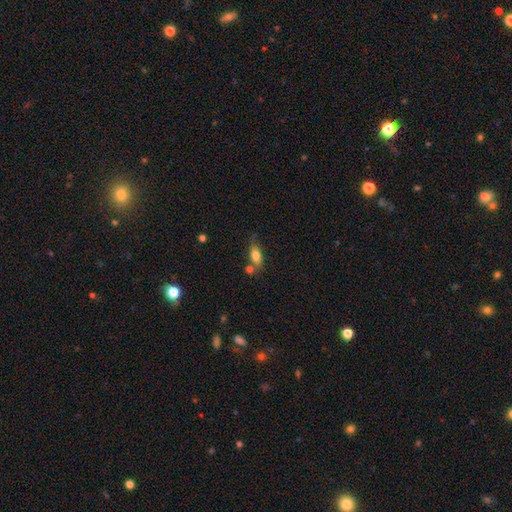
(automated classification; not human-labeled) Smooth or featured? smooth (75%)
How rounded? in between (79%)
Merging? none (54%)